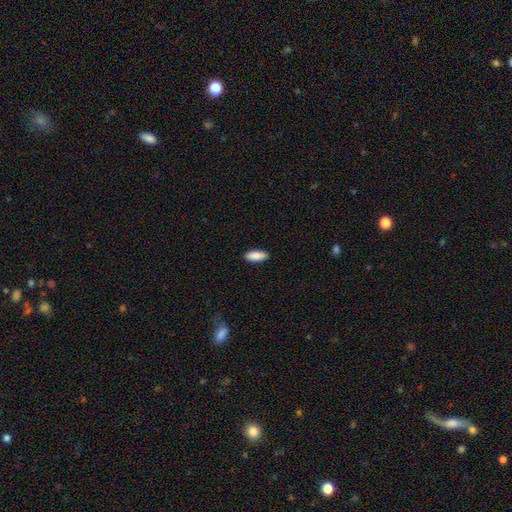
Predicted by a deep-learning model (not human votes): smooth 89%, star or artifact 6%, featured or disk 5%. Down the decision tree: how rounded — in between (77%); merging — none (89%).